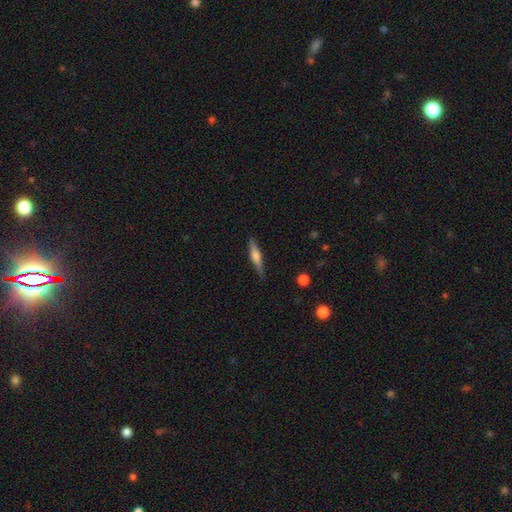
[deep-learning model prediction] featured or disk 50%, smooth 44%, star or artifact 6%. Down the decision tree: edge-on disk — yes (96%); merging — none (86%).